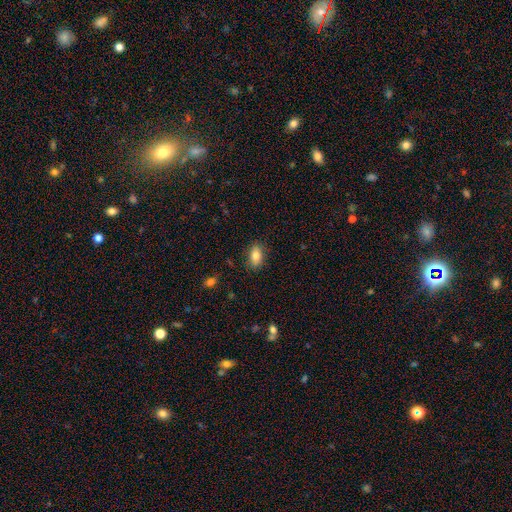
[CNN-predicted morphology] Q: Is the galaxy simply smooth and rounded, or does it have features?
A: smooth — 80%.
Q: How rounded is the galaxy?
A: in between — 88%.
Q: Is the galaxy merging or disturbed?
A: none — 86%.